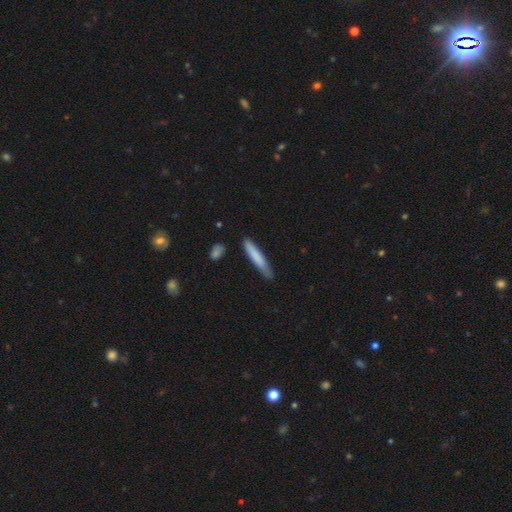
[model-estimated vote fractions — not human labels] This is likely a smooth galaxy (76%). How rounded: clearly cigar-shaped (92%). Merging: likely none (76%).